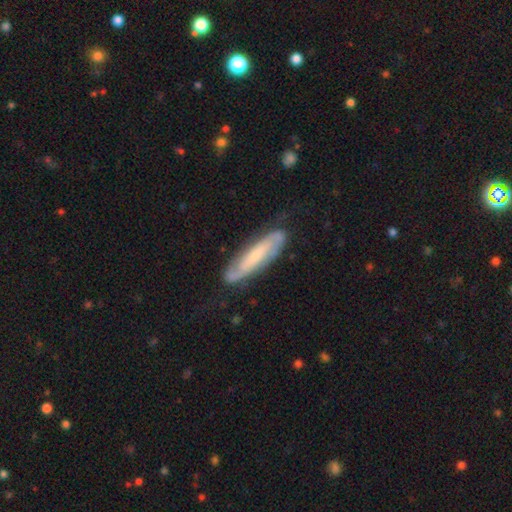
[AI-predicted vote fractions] The model was most divided on "smooth or featured": featured or disk: 67%, smooth: 27%, star or artifact: 6%. More confident: merging — none (75%); edge-on disk — no (73%).